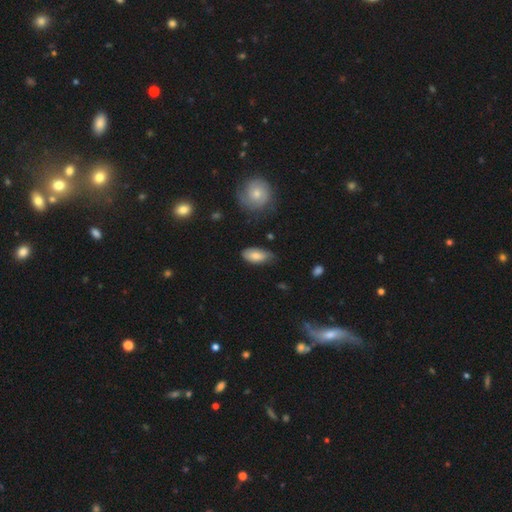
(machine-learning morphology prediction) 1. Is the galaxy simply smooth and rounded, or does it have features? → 76% smooth, 18% featured or disk, 6% star or artifact.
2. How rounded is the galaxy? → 91% in between, 6% cigar-shaped, 3% round.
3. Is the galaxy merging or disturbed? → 56% none, 34% minor disturbance, 8% major disturbance, 2% merger.